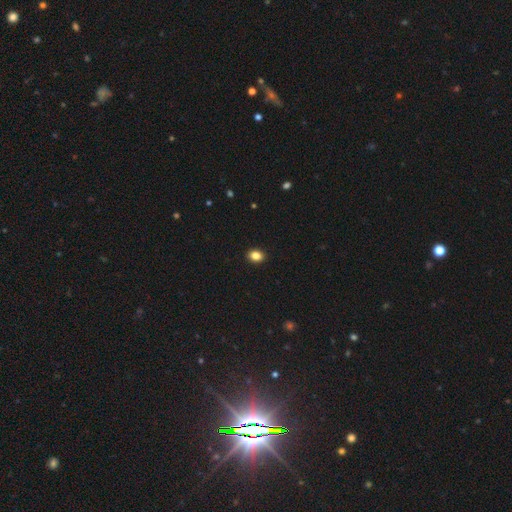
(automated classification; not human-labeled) Smooth or featured? Predicted: smooth (p=0.86). How rounded? Predicted: in between (p=0.59). Merging? Predicted: none (p=0.92).